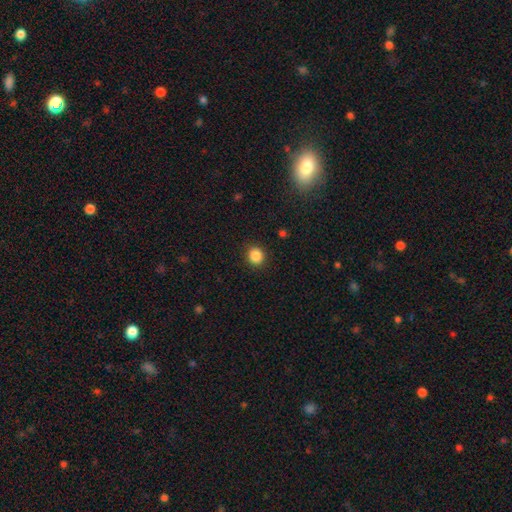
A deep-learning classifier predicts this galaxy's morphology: A smooth galaxy with no disk features (87%) that is round (86%). Merging: none (91%).